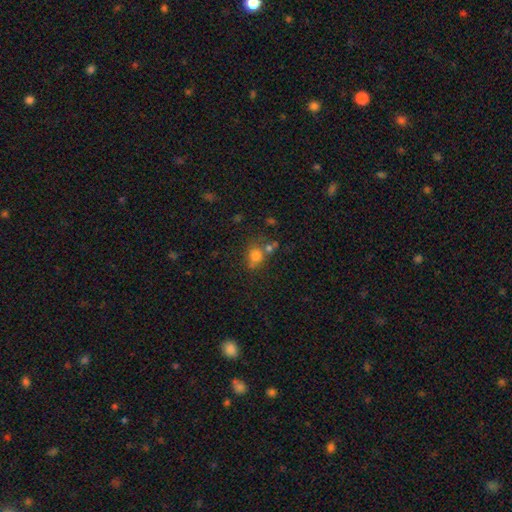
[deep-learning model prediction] Smooth or featured? Predicted: smooth (p=0.76). How rounded? Predicted: round (p=0.54). Merging? Predicted: none (p=0.51).